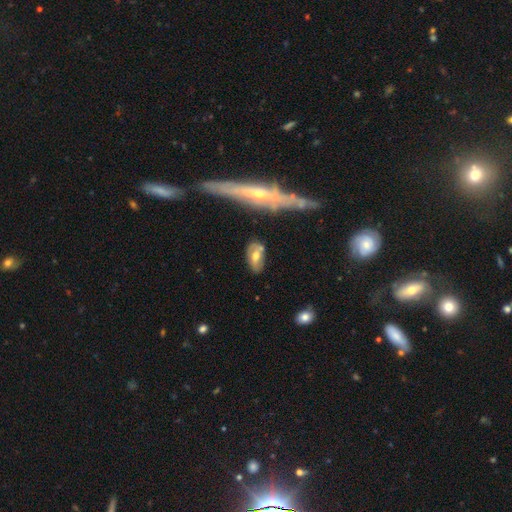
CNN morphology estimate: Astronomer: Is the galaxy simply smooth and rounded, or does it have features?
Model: smooth — 51% (runner-up: featured or disk, 42%).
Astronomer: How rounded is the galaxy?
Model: in between — 87%.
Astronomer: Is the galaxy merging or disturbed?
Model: none — 65%.